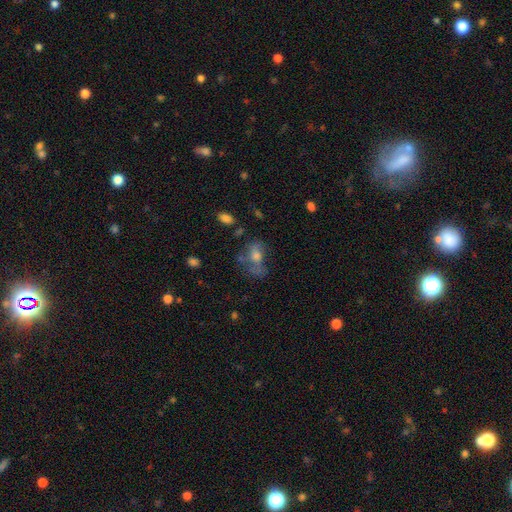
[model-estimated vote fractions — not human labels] A smooth galaxy with no disk features (43%).

Vote fractions:
- Smooth or featured? smooth: 43% / featured or disk: 38% / star or artifact: 19%
- Merging? none: 38% / major disturbance: 31% / minor disturbance: 22% / merger: 9%